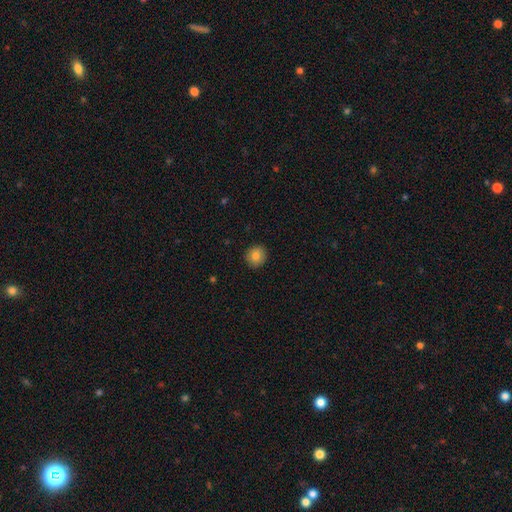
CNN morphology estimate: A smooth galaxy with no disk features (82%) that is round (90%).

Vote fractions:
- Smooth or featured? smooth: 82% / star or artifact: 9% / featured or disk: 9%
- How rounded? round: 90% / in between: 9% / cigar-shaped: 1%
- Merging? none: 91% / minor disturbance: 7% / major disturbance: 2% / merger: 1%